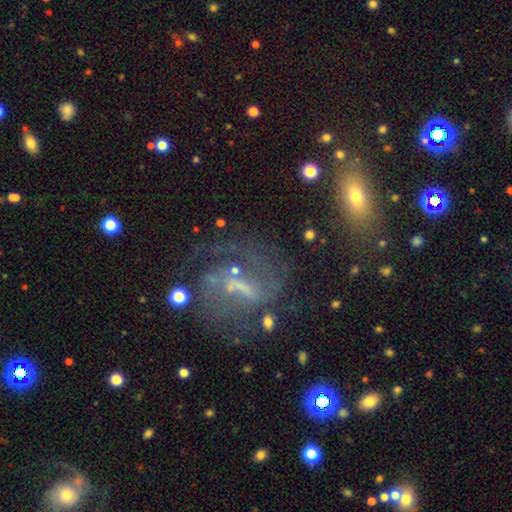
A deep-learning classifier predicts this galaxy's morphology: Smooth or featured? featured or disk (68%)
Edge-on disk? no (92%)
Bar? strong (39%)
Spiral arms? yes (74%)
Bulge size? small (39%)
Merging? none (55%)